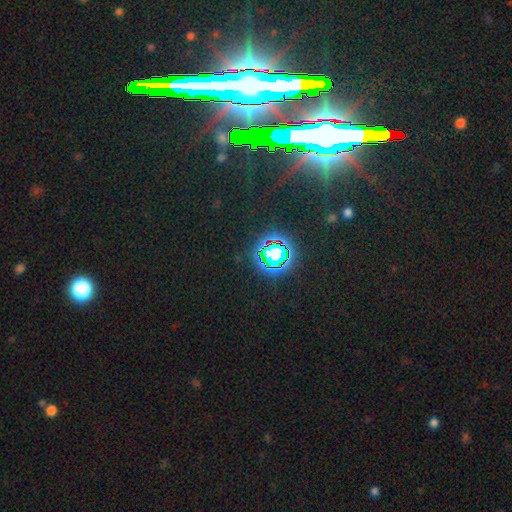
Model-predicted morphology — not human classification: This is clearly a star or artifact rather than a galaxy (84%).